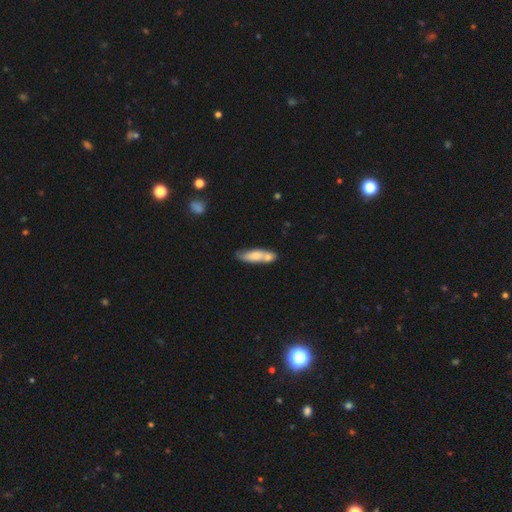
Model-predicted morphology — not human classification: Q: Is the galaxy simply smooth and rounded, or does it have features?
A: smooth — 70%.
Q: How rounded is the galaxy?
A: cigar-shaped — 58%.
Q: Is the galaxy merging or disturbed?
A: none — 45%.